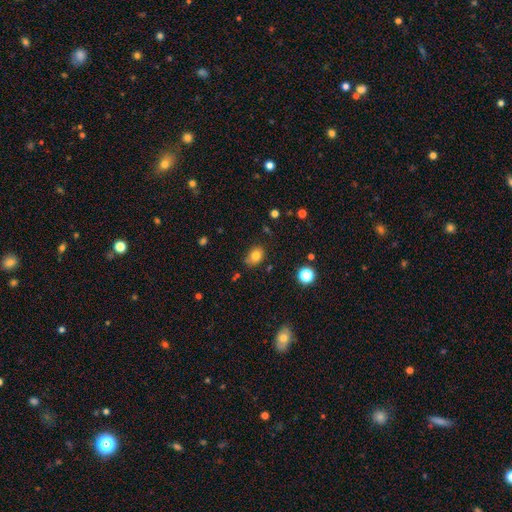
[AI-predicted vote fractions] The model was most divided on "how rounded": in between: 65%, round: 33%, cigar-shaped: 1%. More confident: smooth or featured — smooth (80%); merging — none (71%).